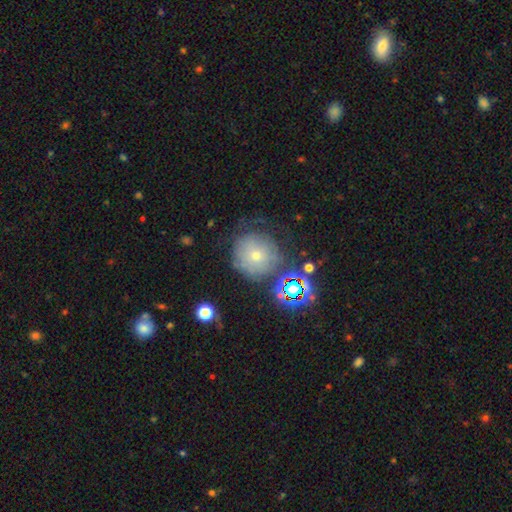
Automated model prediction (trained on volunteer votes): This appears to be a smooth galaxy with no disk features (53%) that is round (93%). Merging: none (60%).